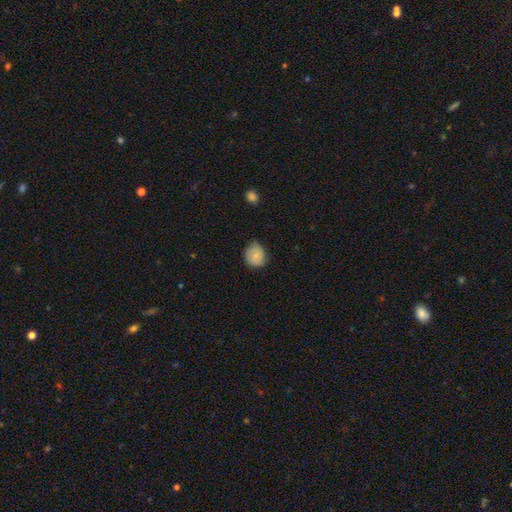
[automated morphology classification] Overall: smooth (78%). How rounded: round (74%). Merging: none (67%; minor disturbance 27%).